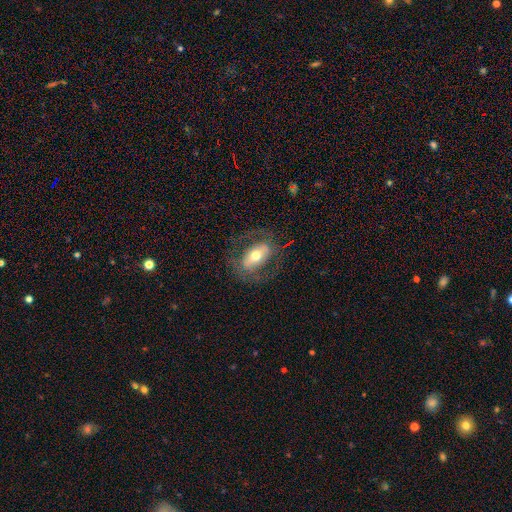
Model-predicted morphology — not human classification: Smooth or featured? Predicted: featured or disk (p=0.55). Edge-on disk? Predicted: no (p=0.89). Merging? Predicted: none (p=0.72).